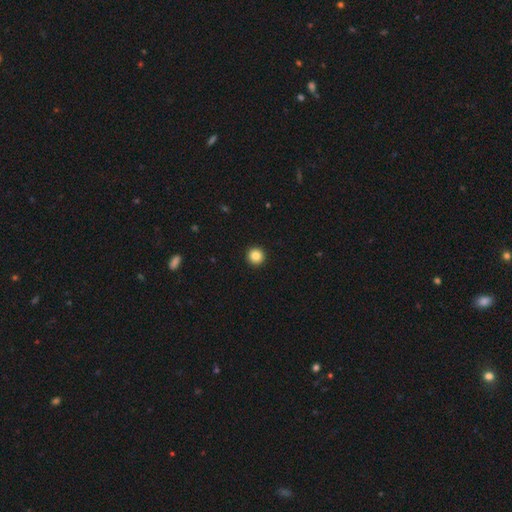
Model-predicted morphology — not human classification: type=smooth (85%); roundness=round (96%); merging=none (94%).